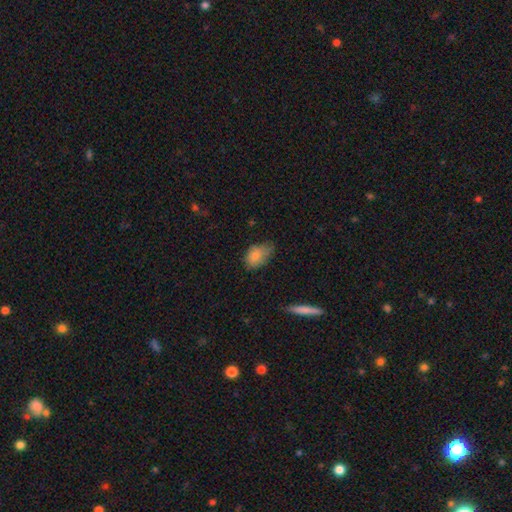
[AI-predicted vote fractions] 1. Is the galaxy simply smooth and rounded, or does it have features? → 82% smooth, 9% featured or disk, 9% star or artifact.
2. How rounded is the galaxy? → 86% in between, 13% round, 2% cigar-shaped.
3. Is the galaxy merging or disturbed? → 46% none, 40% minor disturbance, 12% major disturbance, 2% merger.